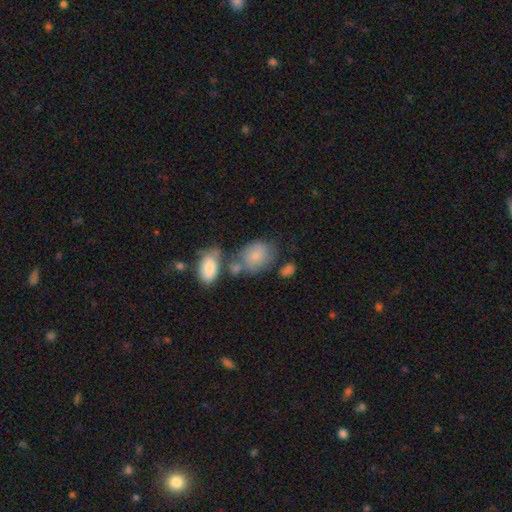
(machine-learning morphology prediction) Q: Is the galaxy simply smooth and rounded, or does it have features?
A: smooth — 76%.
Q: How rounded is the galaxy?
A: in between — 65%.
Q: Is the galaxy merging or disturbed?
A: none — 44%.